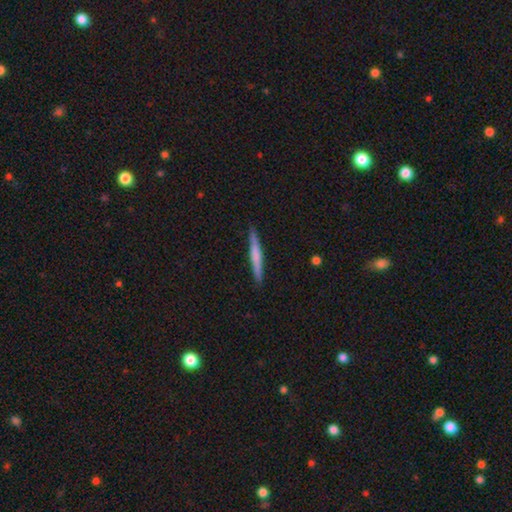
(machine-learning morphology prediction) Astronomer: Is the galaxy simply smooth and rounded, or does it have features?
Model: smooth — 57% (runner-up: featured or disk, 38%).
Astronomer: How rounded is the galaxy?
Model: cigar-shaped — 96%.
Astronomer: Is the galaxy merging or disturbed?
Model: none — 90%.